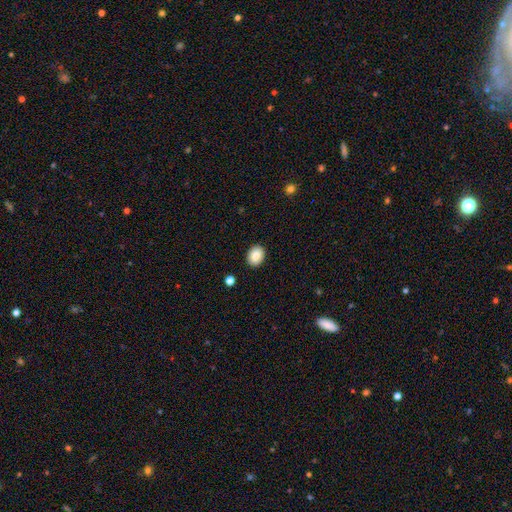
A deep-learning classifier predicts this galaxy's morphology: A smooth galaxy with no disk features (87%) that is in between round and cigar-shaped (57%).

Vote fractions:
- Smooth or featured? smooth: 87% / star or artifact: 8% / featured or disk: 6%
- How rounded? in between: 57% / round: 43% / cigar-shaped: 1%
- Merging? none: 91% / minor disturbance: 6% / major disturbance: 2% / merger: 1%